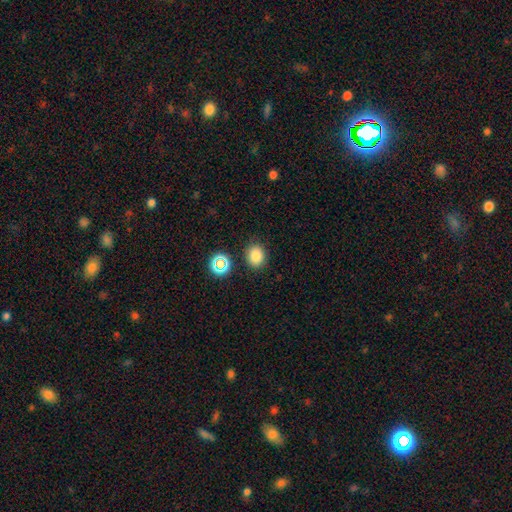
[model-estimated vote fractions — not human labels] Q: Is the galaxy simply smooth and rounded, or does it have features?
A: smooth — 81%.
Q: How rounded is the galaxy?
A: round — 57%.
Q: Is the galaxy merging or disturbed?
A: none — 84%.